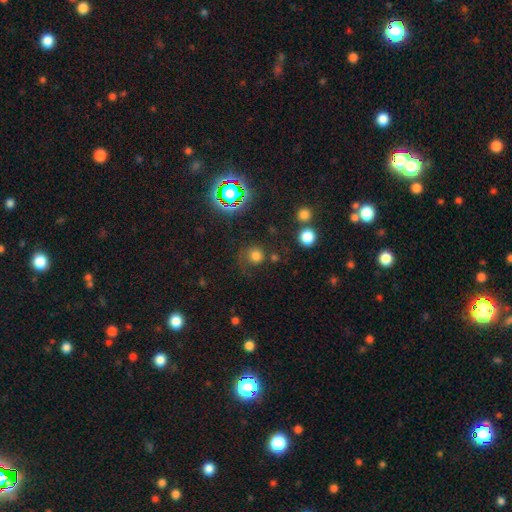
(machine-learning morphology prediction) Q: Smooth or featured?
A: smooth (70%); runner-up: star or artifact (20%)
Q: How rounded?
A: round (88%); runner-up: in between (11%)
Q: Merging?
A: none (65%); runner-up: minor disturbance (17%)